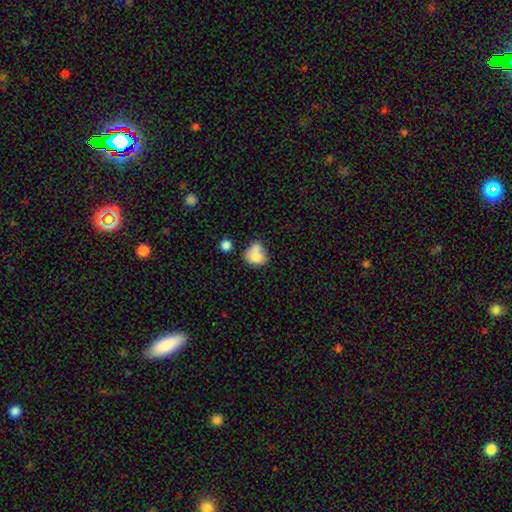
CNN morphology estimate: smooth 75%, featured or disk 16%, star or artifact 9%. Down the decision tree: how rounded — round (52%); merging — merger (45%).